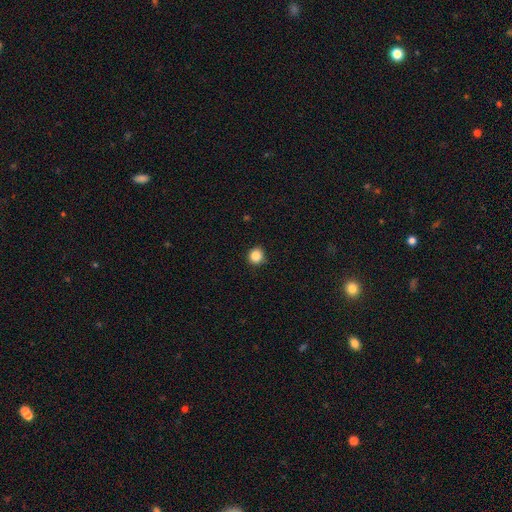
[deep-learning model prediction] Morphology: type=smooth (87%); roundness=round (92%); merging=none (90%).